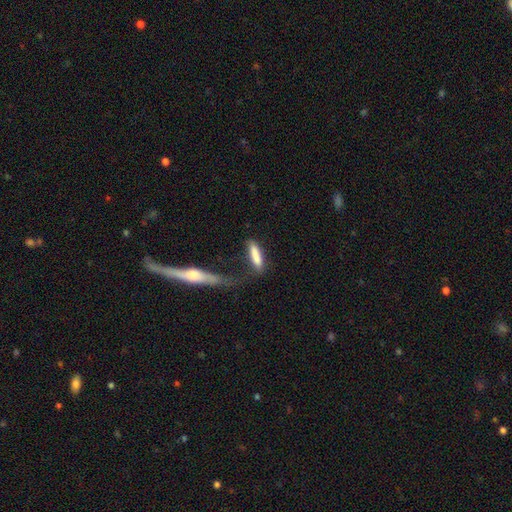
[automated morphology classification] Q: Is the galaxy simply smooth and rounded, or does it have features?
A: smooth — 83%.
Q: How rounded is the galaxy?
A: cigar-shaped — 76%.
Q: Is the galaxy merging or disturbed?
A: none — 53%.